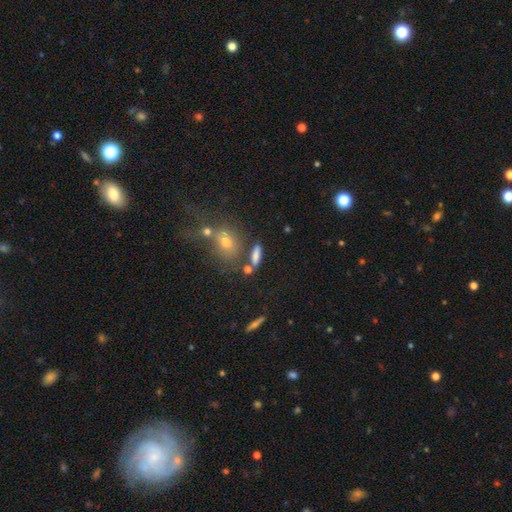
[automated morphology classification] type=smooth (75%); roundness=cigar-shaped (50%); merging=none (65%).